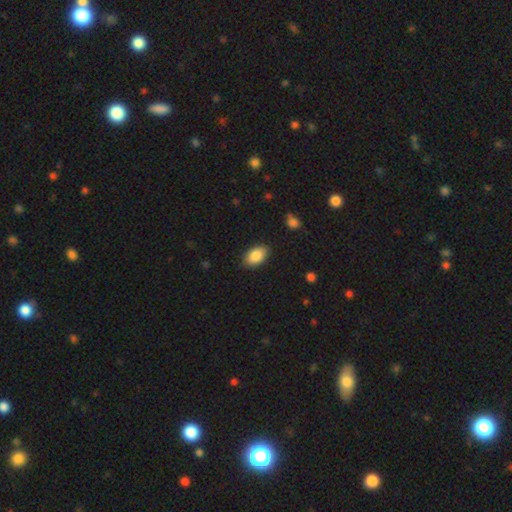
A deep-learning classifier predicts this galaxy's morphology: Q: Smooth or featured?
A: smooth (87%); runner-up: star or artifact (7%)
Q: How rounded?
A: in between (92%); runner-up: round (7%)
Q: Merging?
A: none (86%); runner-up: minor disturbance (11%)